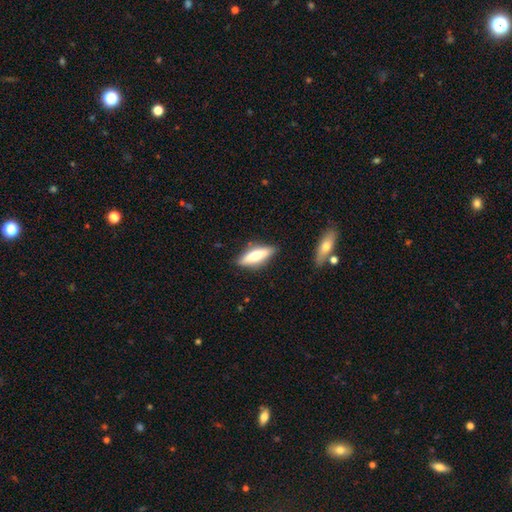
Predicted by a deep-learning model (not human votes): Smooth or featured: smooth — 61% (featured or disk — 33%)
How rounded: cigar-shaped — 53% (in between — 45%)
Merging: none — 84% (minor disturbance — 11%)